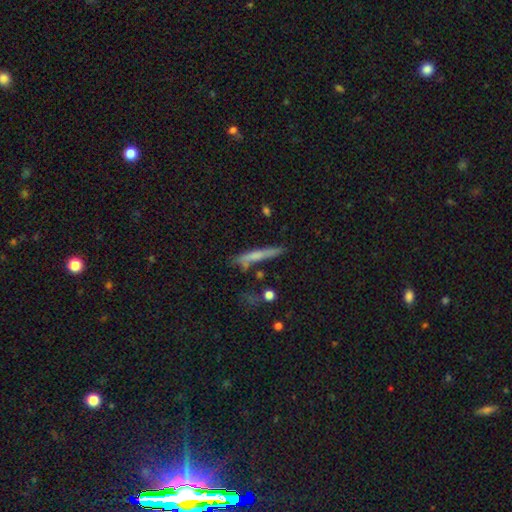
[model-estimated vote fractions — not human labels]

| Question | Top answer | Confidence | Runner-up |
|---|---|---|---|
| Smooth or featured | smooth | 59% | featured or disk (33%) |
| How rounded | cigar-shaped | 93% | in between (5%) |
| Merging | none | 73% | minor disturbance (17%) |